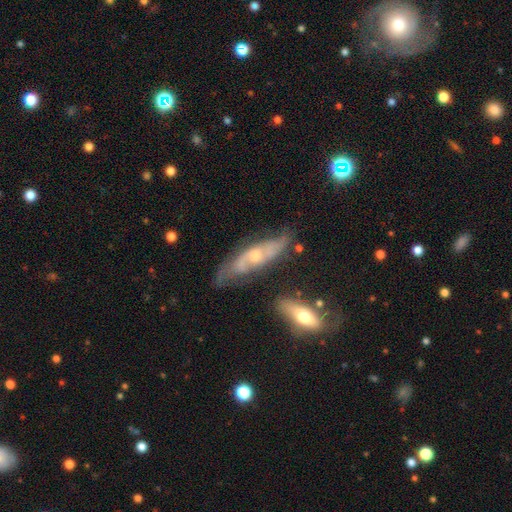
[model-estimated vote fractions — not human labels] smooth_or_featured: featured or disk (p=0.73) [alt: smooth p=0.20]
disk_edge_on: no (p=0.75) [alt: yes p=0.25]
bar: no (p=0.68) [alt: weak p=0.27]
has_spiral_arms: yes (p=0.83) [alt: no p=0.17]
bulge_size: small (p=0.51) [alt: moderate p=0.43]
merging: none (p=0.57) [alt: minor disturbance p=0.26]